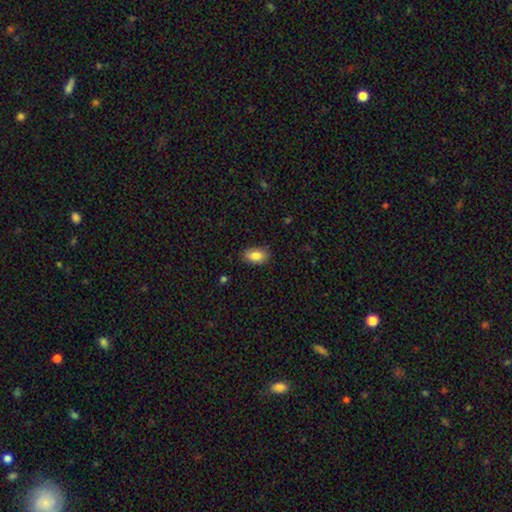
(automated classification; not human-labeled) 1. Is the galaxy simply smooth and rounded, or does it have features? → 86% smooth, 7% star or artifact, 7% featured or disk.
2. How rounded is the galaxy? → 91% in between, 7% round, 2% cigar-shaped.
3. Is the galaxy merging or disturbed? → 82% none, 14% minor disturbance, 3% major disturbance, 1% merger.